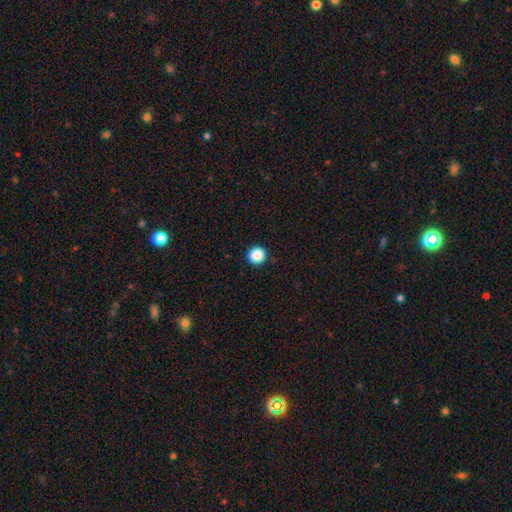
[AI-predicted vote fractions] Smooth or featured: smooth — 88% (star or artifact — 10%)
How rounded: round — 96% (in between — 3%)
Merging: none — 93% (minor disturbance — 4%)